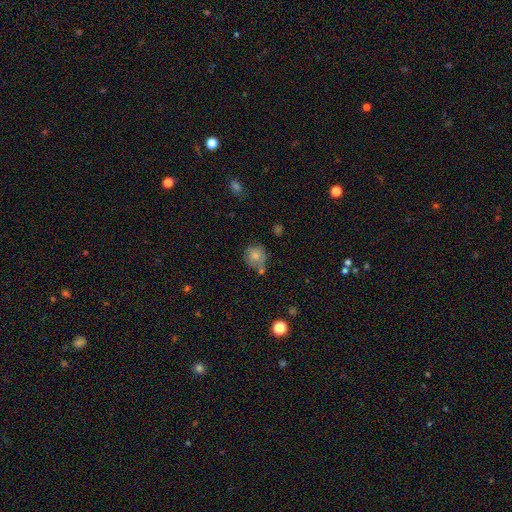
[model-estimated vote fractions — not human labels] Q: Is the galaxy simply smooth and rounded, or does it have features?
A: smooth — 71%.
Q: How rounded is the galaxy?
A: round — 81%.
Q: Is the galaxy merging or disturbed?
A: none — 51%.